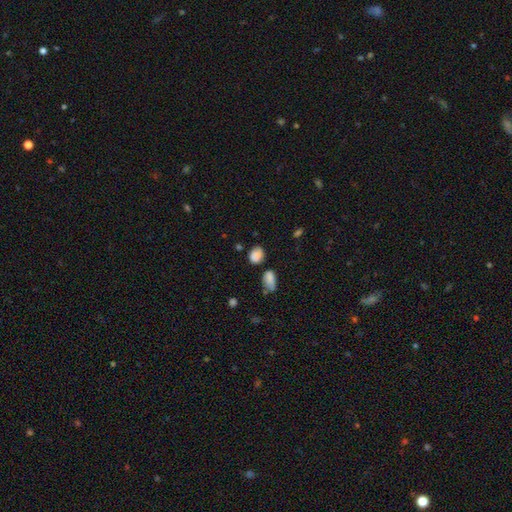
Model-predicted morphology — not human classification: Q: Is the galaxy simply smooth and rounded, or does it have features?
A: smooth — 81%.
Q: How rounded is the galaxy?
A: in between — 51%.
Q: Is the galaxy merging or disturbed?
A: none — 61%.